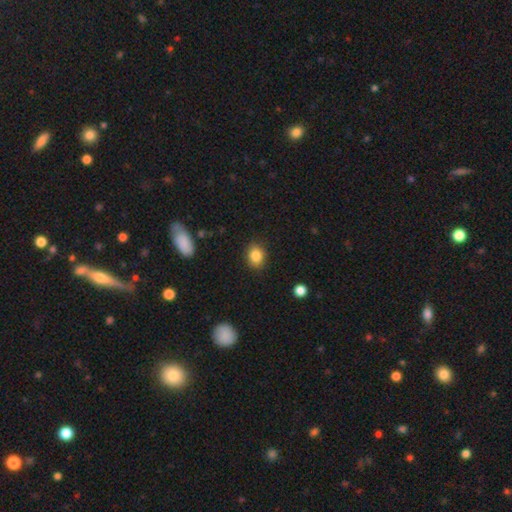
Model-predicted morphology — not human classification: Smooth or featured: smooth — 85% (star or artifact — 10%)
How rounded: in between — 50% (round — 49%)
Merging: none — 87% (minor disturbance — 10%)